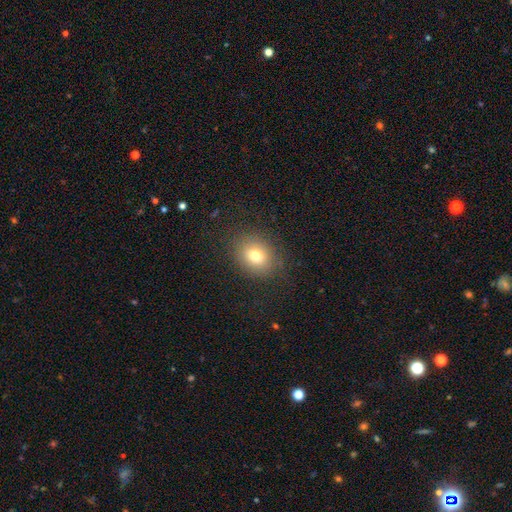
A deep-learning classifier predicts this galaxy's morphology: The model was most divided on "how rounded": round: 55%, in between: 44%, cigar-shaped: 1%. More confident: merging — none (84%); smooth or featured — smooth (76%).